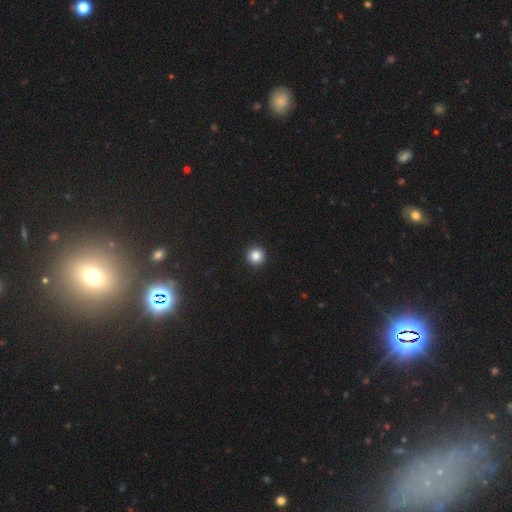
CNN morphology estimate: This appears to be a smooth galaxy with no disk features (85%) that is round (96%). Merging: none (94%).